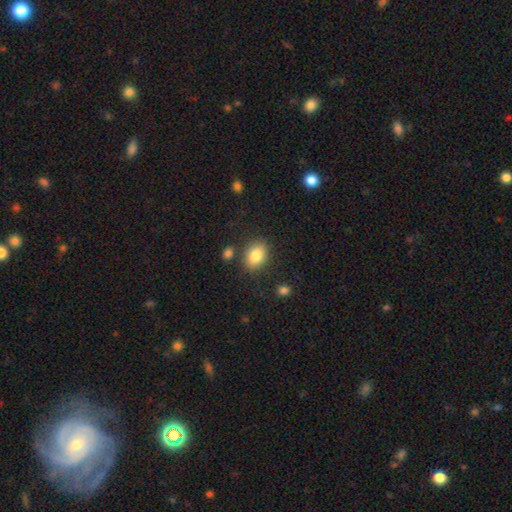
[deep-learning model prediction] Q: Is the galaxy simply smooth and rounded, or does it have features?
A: smooth — 84%.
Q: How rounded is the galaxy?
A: in between — 74%.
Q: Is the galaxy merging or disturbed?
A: none — 81%.